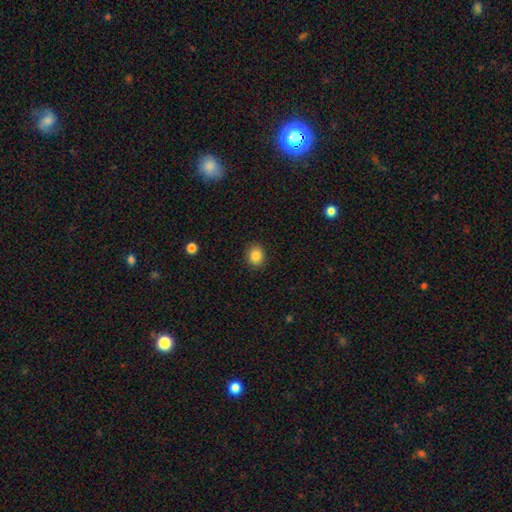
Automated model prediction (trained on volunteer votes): Q: Smooth or featured?
A: smooth (86%); runner-up: star or artifact (10%)
Q: How rounded?
A: round (67%); runner-up: in between (32%)
Q: Merging?
A: none (89%); runner-up: minor disturbance (7%)